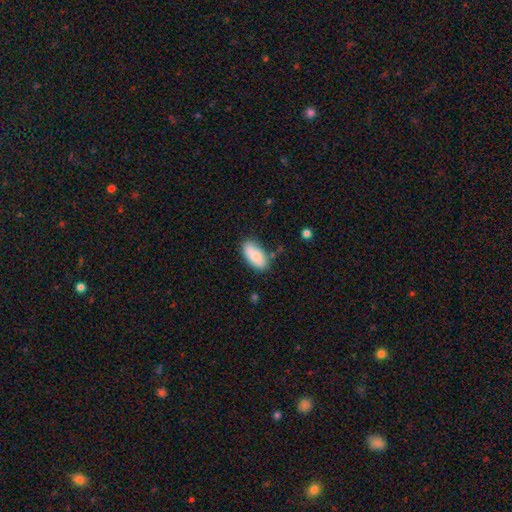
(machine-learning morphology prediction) A smooth galaxy with no disk features (84%) that is in between round and cigar-shaped (92%).

Vote fractions:
- Smooth or featured? smooth: 84% / featured or disk: 10% / star or artifact: 6%
- How rounded? in between: 92% / cigar-shaped: 5% / round: 2%
- Merging? none: 77% / minor disturbance: 17% / major disturbance: 3% / merger: 3%